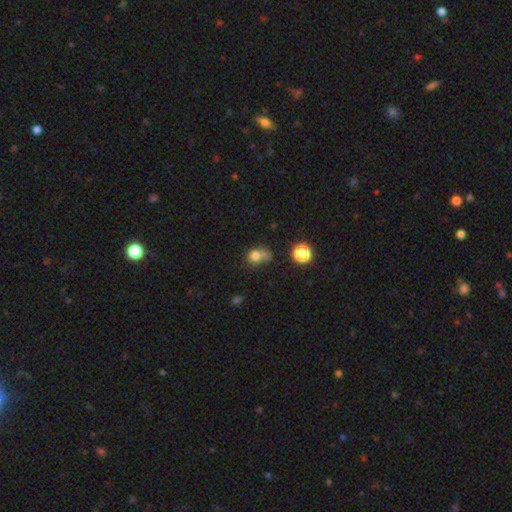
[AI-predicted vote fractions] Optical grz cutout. It shows a smooth galaxy with no disk features (74%) that is round (64%). Merging: none (36%).